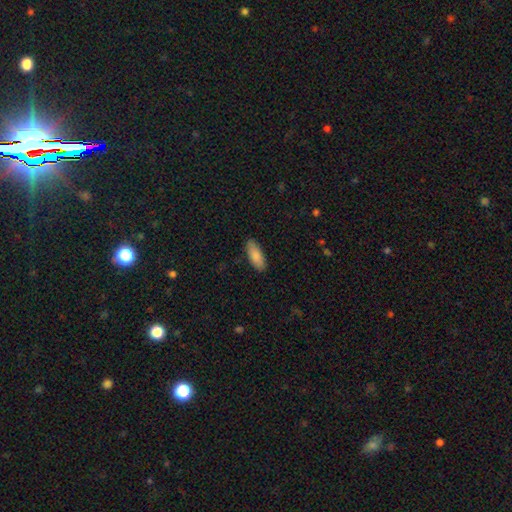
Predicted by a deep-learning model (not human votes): Morphology: type=smooth (88%); roundness=in between (75%); merging=none (87%).